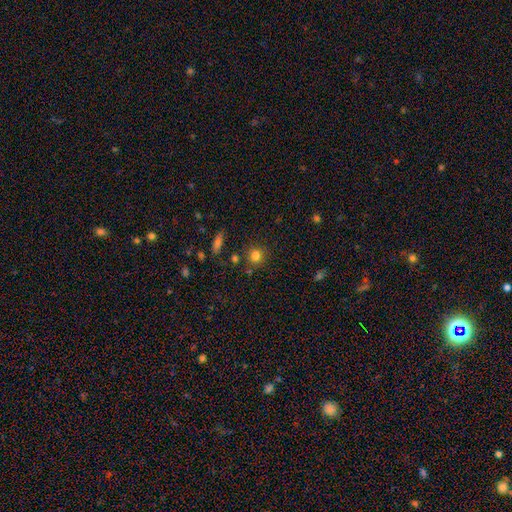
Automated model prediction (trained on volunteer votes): Overall: smooth (80%). How rounded: round (84%). Merging: none (77%).